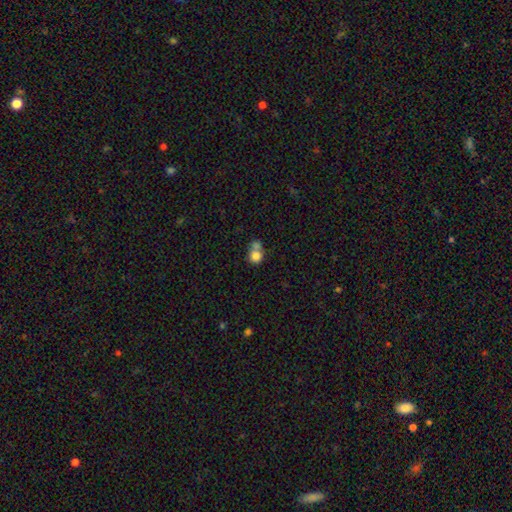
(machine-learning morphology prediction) smooth-or-featured: smooth: 80% | featured or disk: 11% | star or artifact: 10%
  how-rounded: round: 79% | in between: 20% | cigar-shaped: 1%
  merging: merger: 51% | none: 35% | minor disturbance: 9% | major disturbance: 5%